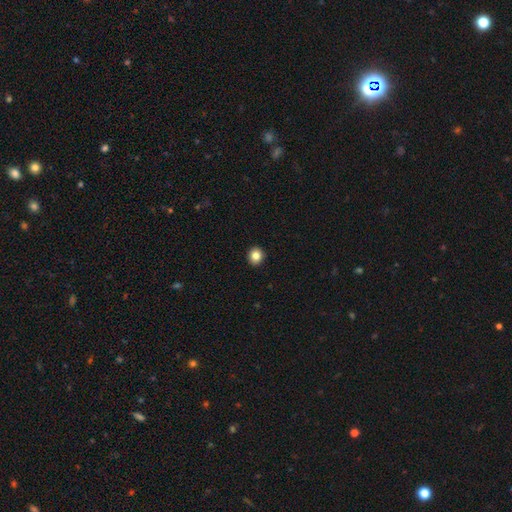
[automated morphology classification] This appears to be a smooth galaxy with no disk features (84%) that is round (85%). Merging: none (92%).